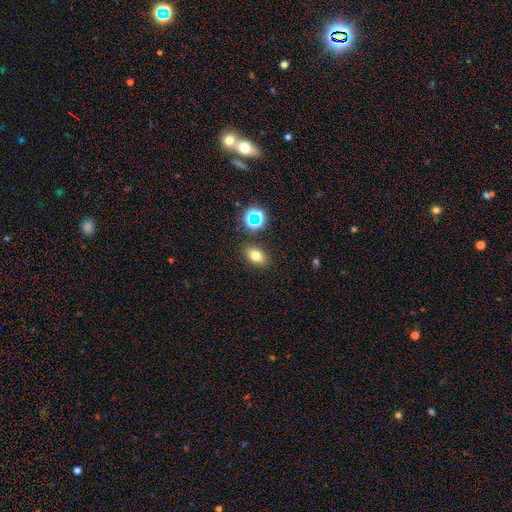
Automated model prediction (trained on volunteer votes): smooth_or_featured: smooth (p=0.73) [alt: star or artifact p=0.15]
how_rounded: in between (p=0.81) [alt: round p=0.17]
merging: none (p=0.84) [alt: minor disturbance p=0.09]